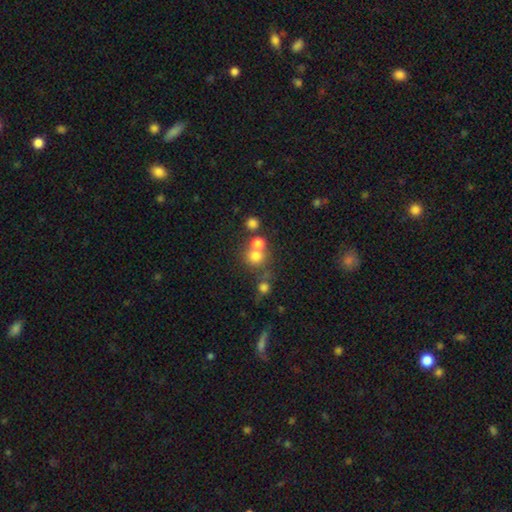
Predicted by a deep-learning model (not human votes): smooth 72%, star or artifact 17%, featured or disk 12%. Down the decision tree: how rounded — round (87%); merging — none (52%).